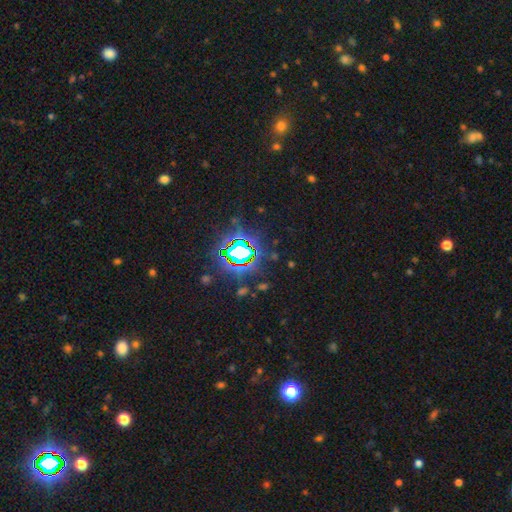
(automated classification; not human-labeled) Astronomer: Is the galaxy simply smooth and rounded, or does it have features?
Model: star or artifact — 84%.